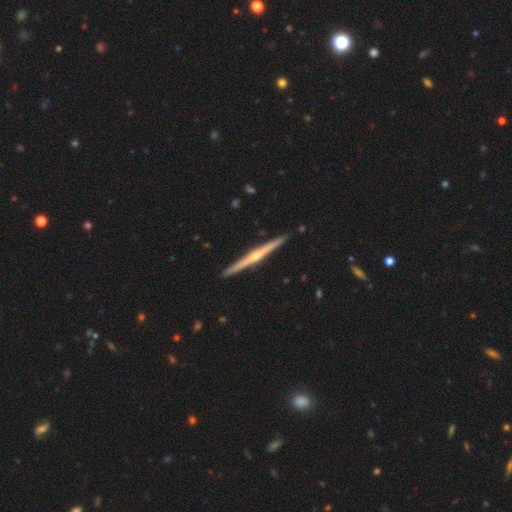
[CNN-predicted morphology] smooth-or-featured: featured or disk: 79% | smooth: 16% | star or artifact: 5%
  disk-edge-on: yes: 99% | no: 1%
    edge-on-bulge: rounded: 77% | none: 18% | boxy: 6%
  merging: none: 92% | minor disturbance: 6% | merger: 1% | major disturbance: 1%